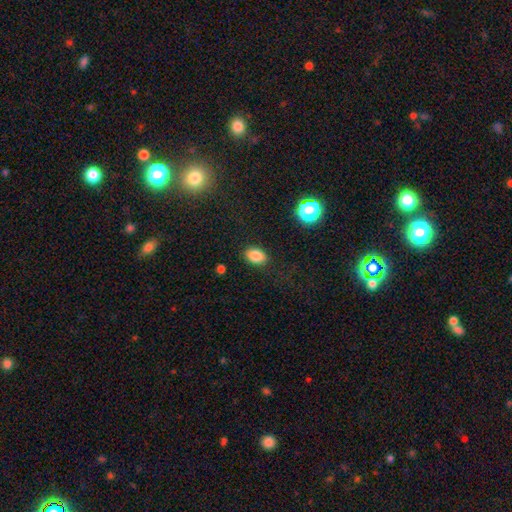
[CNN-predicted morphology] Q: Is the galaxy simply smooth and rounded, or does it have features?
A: smooth — 84%.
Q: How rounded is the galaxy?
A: in between — 79%.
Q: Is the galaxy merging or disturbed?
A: none — 86%.